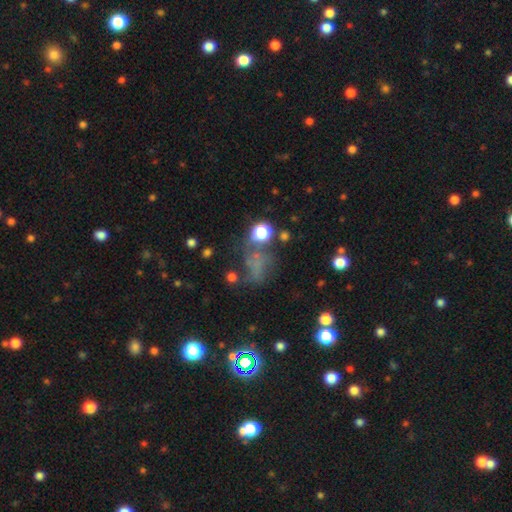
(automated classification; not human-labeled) star or artifact 52%, smooth 33%, featured or disk 15%.